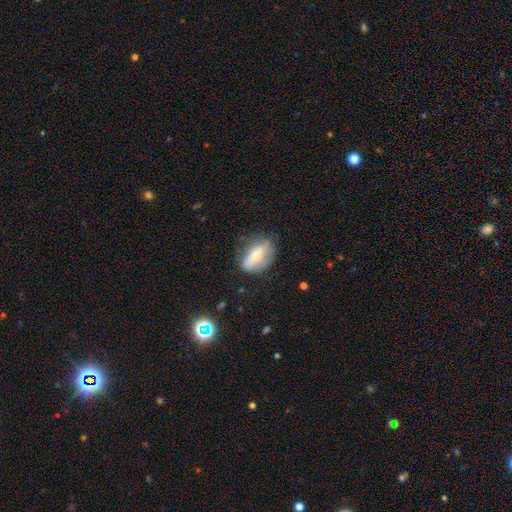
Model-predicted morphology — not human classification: Q: Smooth or featured?
A: smooth (50%); runner-up: featured or disk (43%)
Q: Merging?
A: none (63%); runner-up: minor disturbance (25%)